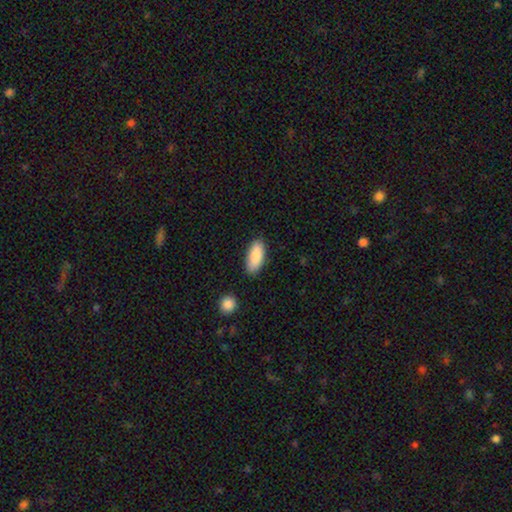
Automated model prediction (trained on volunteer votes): smooth-or-featured: smooth: 88% | featured or disk: 6% | star or artifact: 6%
  how-rounded: in between: 85% | cigar-shaped: 14% | round: 2%
  merging: none: 83% | minor disturbance: 12% | major disturbance: 3% | merger: 2%